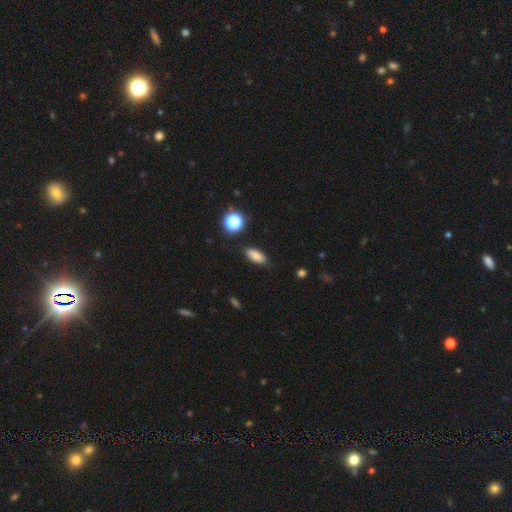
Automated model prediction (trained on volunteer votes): Smooth or featured: smooth — 82% (star or artifact — 10%)
How rounded: in between — 79% (cigar-shaped — 16%)
Merging: none — 86% (minor disturbance — 10%)